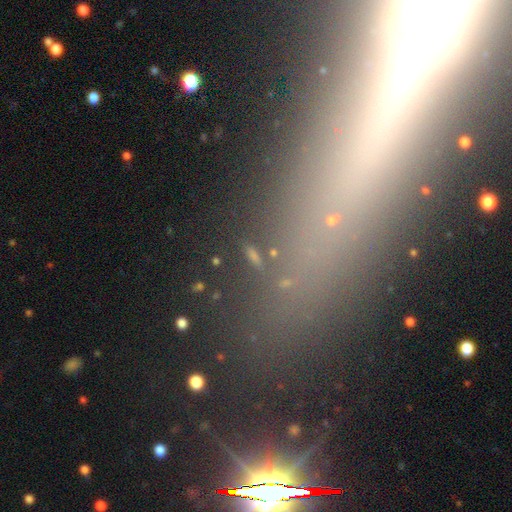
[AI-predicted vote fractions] This appears to be a star or artifact, not a galaxy (52%).